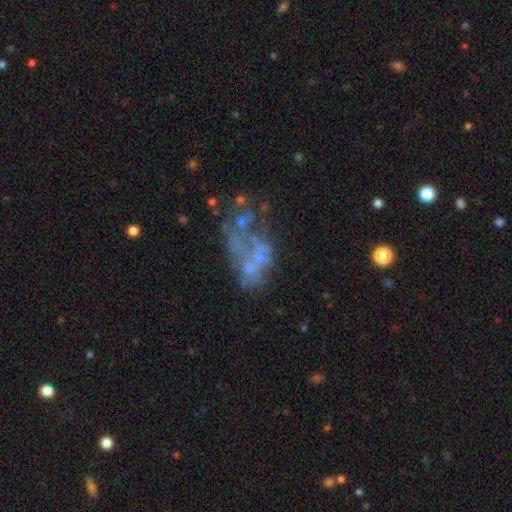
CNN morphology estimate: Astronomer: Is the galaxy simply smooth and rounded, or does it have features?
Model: featured or disk — 61%.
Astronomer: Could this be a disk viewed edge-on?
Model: no — 98%.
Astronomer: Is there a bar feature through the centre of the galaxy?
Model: no — 94%.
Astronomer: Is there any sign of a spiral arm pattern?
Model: no — 94%.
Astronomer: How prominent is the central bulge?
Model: none — 74%.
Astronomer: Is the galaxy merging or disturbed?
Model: major disturbance — 29%, tied with merger and none at 29%.